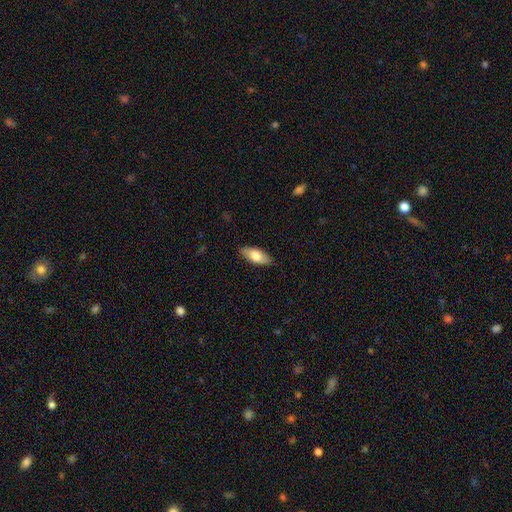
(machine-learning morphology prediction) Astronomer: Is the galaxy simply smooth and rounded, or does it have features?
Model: smooth — 74%.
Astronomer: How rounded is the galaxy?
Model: in between — 85%.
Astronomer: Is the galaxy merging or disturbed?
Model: none — 84%.